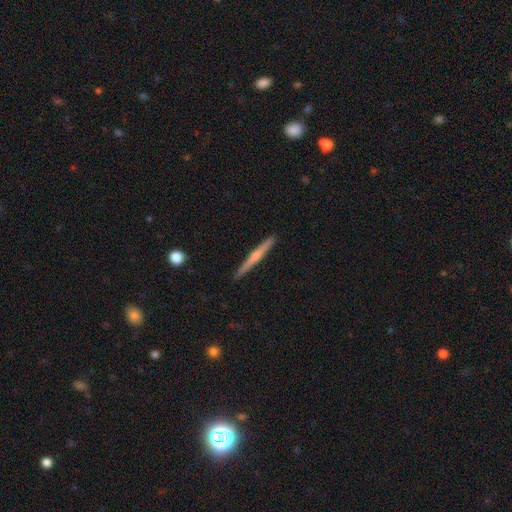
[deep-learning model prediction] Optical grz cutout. It shows a featured or disk galaxy (62%) viewed edge-on (98%) with a rounded central bulge (70%). Merging: none (91%).